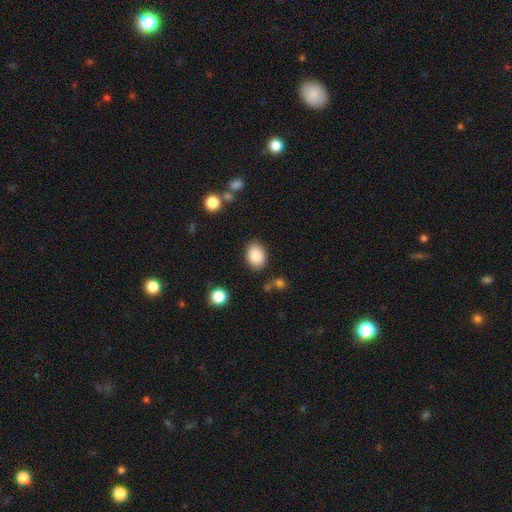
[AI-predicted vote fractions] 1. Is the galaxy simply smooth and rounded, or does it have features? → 88% smooth, 8% star or artifact, 4% featured or disk.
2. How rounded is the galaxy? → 72% in between, 27% round, 1% cigar-shaped.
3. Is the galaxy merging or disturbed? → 82% none, 12% minor disturbance, 3% major disturbance, 3% merger.